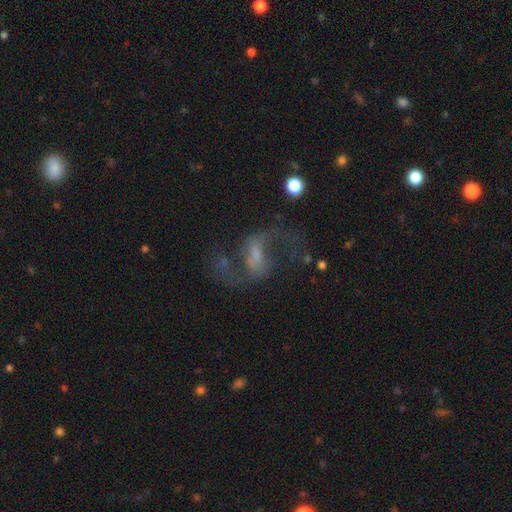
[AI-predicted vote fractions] This appears to be a featured or disk galaxy (82%) with a weak bar (50%), 2 (92%) loose (69%) spiral arms (92%) and no central bulge (35%). Merging: none (64%).